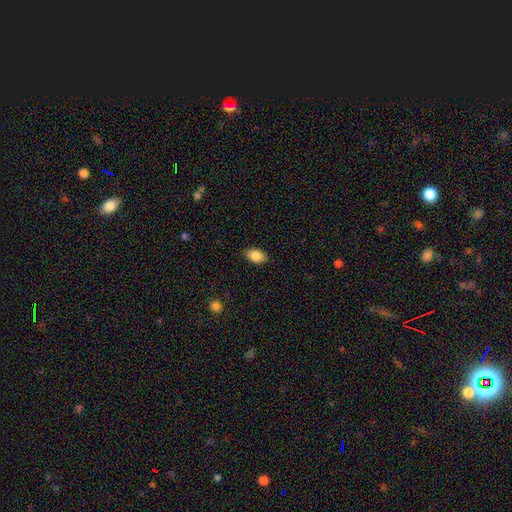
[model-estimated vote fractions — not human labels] This appears to be a smooth galaxy with no disk features (86%) that is in between round and cigar-shaped (89%). Merging: none (86%).